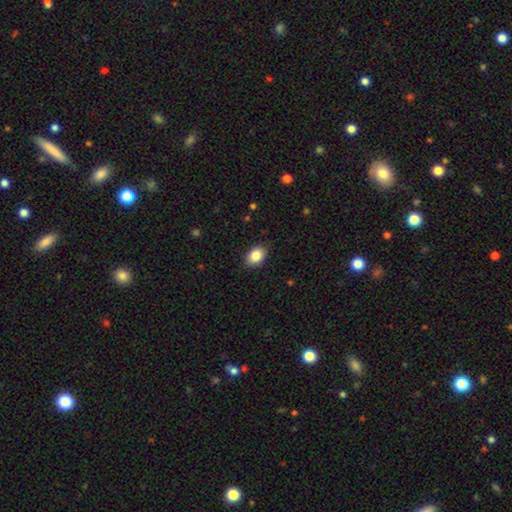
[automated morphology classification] type=smooth (86%); roundness=in between (76%); merging=none (89%).